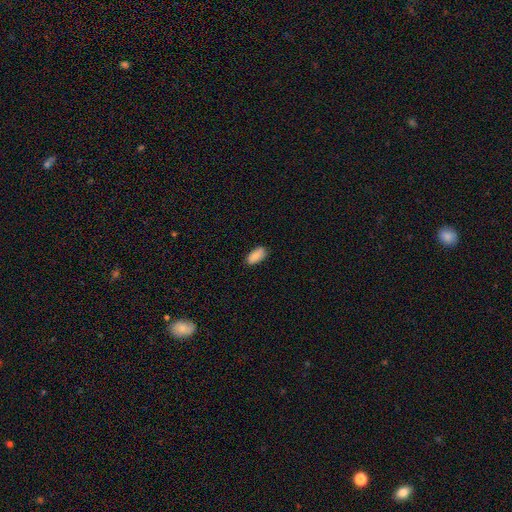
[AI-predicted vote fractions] Overall: smooth (89%). How rounded: in between (92%). Merging: none (83%).